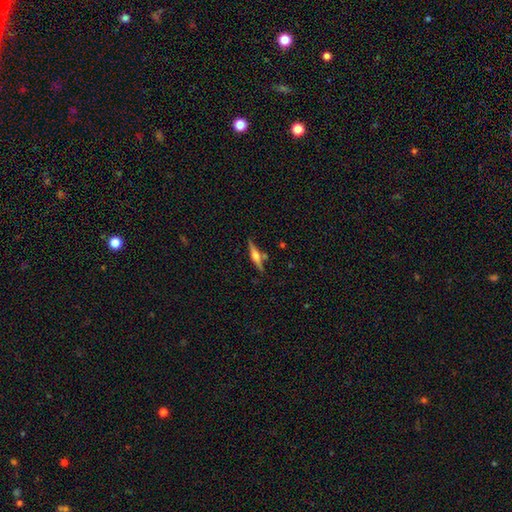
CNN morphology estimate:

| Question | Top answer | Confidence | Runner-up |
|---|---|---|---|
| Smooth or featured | featured or disk | 66% | smooth (27%) |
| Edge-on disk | yes | 97% | no (3%) |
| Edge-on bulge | rounded | 85% | boxy (10%) |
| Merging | none | 79% | minor disturbance (11%) |